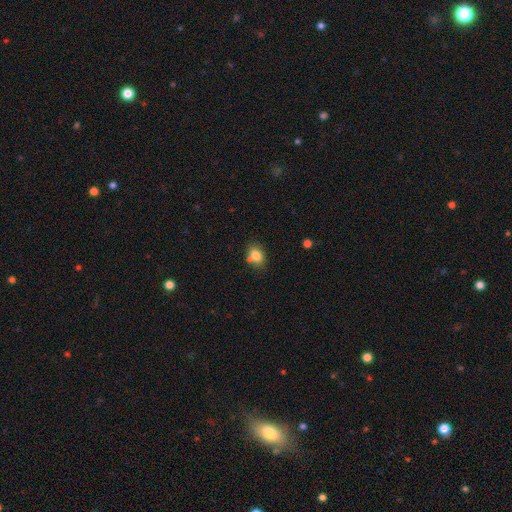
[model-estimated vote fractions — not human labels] Smooth or featured? smooth (81%)
How rounded? in between (69%)
Merging? none (66%)